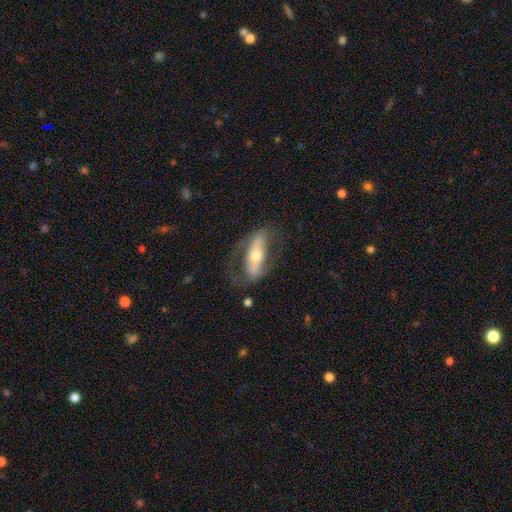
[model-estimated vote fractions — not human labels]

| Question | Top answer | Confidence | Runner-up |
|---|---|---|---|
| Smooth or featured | featured or disk | 69% | smooth (25%) |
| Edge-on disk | no | 71% | yes (29%) |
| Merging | none | 61% | major disturbance (19%) |